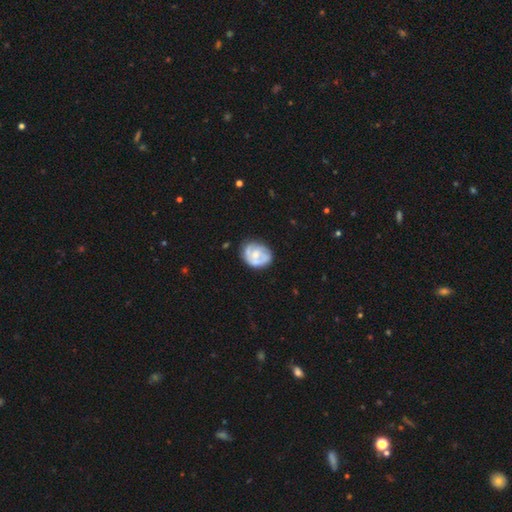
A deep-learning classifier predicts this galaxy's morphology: Smooth or featured? Predicted: featured or disk (p=0.56). Edge-on disk? Predicted: no (p=0.98). Bar? Predicted: no (p=0.74). Spiral arms? Predicted: yes (p=0.58). Bulge size? Predicted: moderate (p=0.43). Merging? Predicted: none (p=0.60).